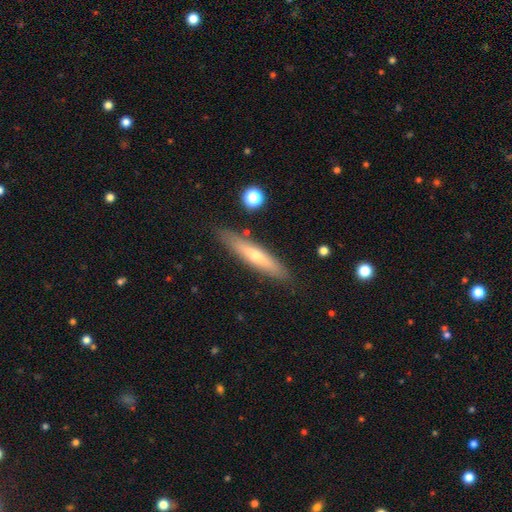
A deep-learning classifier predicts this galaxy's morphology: Overall: featured or disk (47%; smooth 46%). Merging: none (85%).